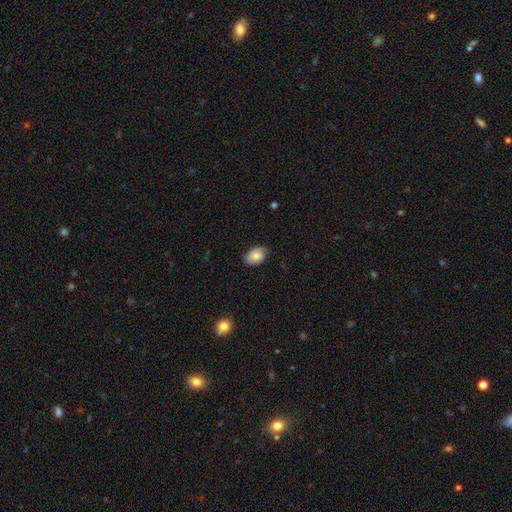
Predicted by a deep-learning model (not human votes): smooth-or-featured: smooth: 79% | featured or disk: 13% | star or artifact: 7%
  how-rounded: in between: 86% | round: 13% | cigar-shaped: 1%
  merging: none: 77% | minor disturbance: 19% | major disturbance: 3% | merger: 1%